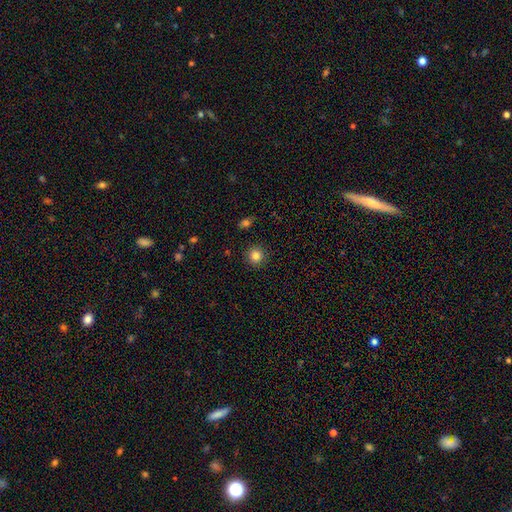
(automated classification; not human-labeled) This appears to be a smooth galaxy with no disk features (84%) that is round (93%). Merging: none (91%).